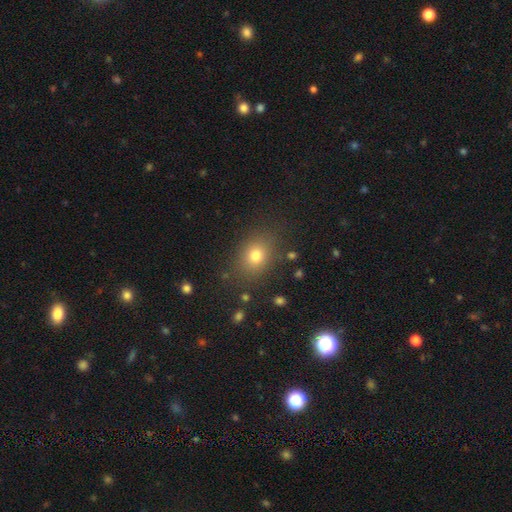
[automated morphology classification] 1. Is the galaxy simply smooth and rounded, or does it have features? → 75% smooth, 15% star or artifact, 10% featured or disk.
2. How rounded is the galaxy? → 51% in between, 48% round, 1% cigar-shaped.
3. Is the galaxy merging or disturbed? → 82% none, 11% minor disturbance, 4% major disturbance, 2% merger.